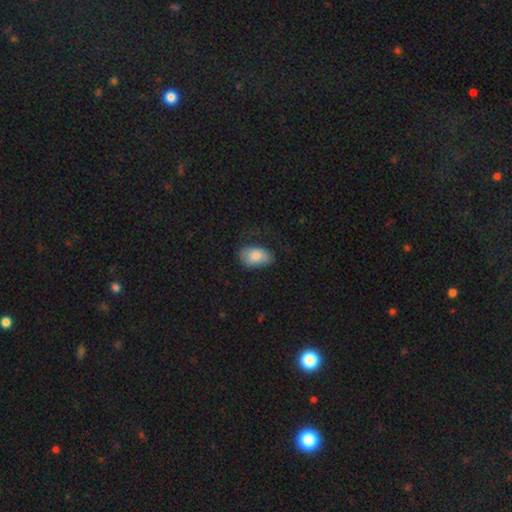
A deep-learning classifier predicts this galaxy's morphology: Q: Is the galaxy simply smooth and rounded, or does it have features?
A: smooth — 82%.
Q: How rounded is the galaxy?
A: in between — 90%.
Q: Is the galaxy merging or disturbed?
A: none — 64%.